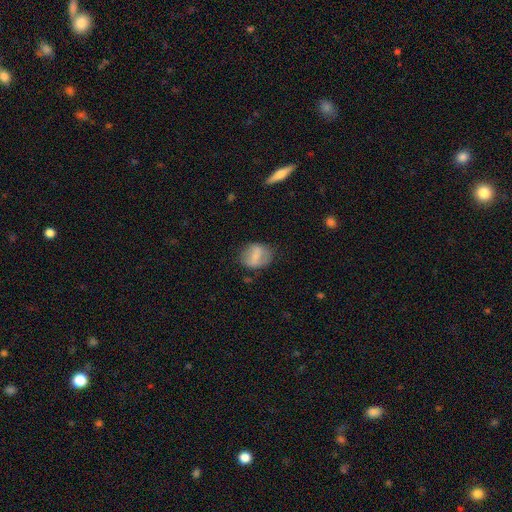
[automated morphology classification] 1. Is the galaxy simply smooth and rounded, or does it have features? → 62% smooth, 29% featured or disk, 9% star or artifact.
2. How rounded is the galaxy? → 51% in between, 47% round, 3% cigar-shaped.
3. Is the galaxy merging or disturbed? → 69% none, 20% minor disturbance, 8% major disturbance, 2% merger.